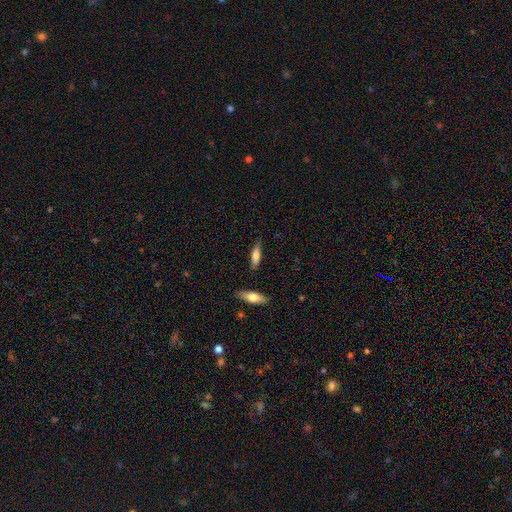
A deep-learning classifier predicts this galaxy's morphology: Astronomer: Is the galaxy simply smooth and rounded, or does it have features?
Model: smooth — 70%.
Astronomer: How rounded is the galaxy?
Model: cigar-shaped — 59% (runner-up: in between, 39%).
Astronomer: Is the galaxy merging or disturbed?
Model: none — 76%.